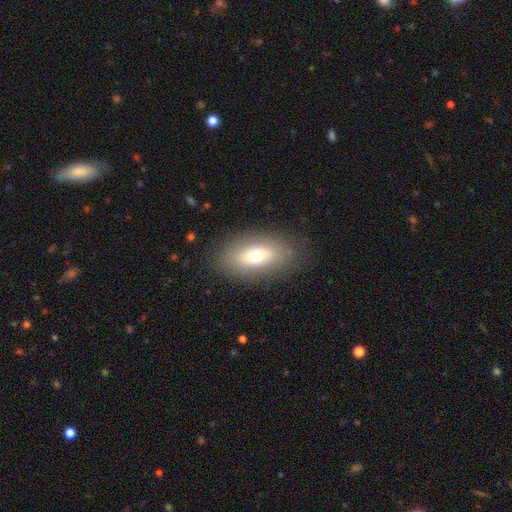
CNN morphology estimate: This appears to be a smooth galaxy with no disk features (66%) that is in between round and cigar-shaped (86%). Merging: none (83%).